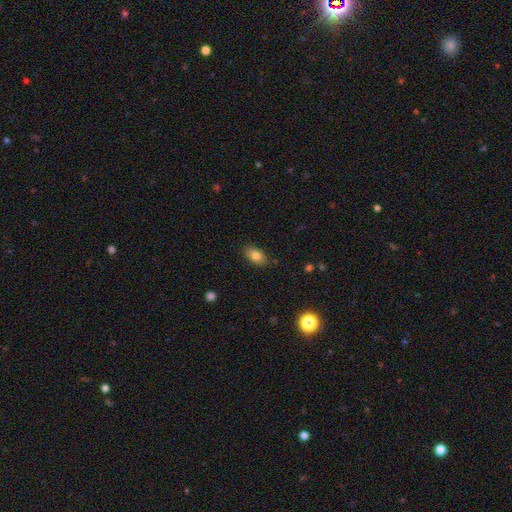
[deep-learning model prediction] A smooth galaxy with no disk features (79%) that is in between round and cigar-shaped (90%). Merging: none (85%).